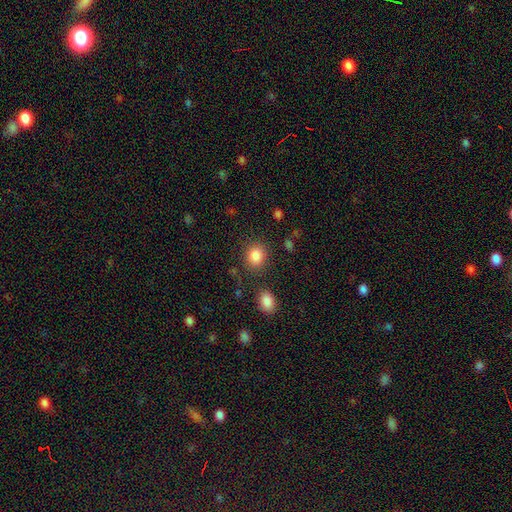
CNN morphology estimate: This is clearly a smooth galaxy (86%). How rounded: likely round (64%). Merging: clearly none (83%).